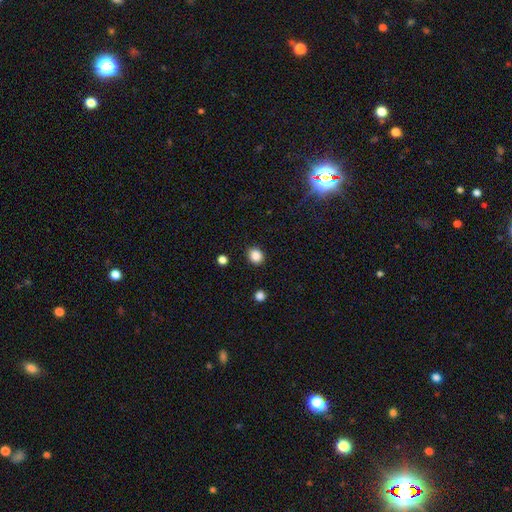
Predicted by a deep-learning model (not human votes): Smooth or featured: smooth — 87% (star or artifact — 10%)
How rounded: round — 74% (in between — 25%)
Merging: none — 89% (minor disturbance — 7%)